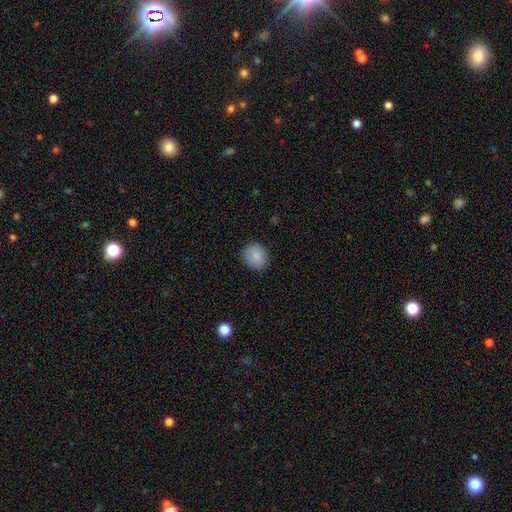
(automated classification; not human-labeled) Overall: smooth (86%). How rounded: round (76%). Merging: none (85%).